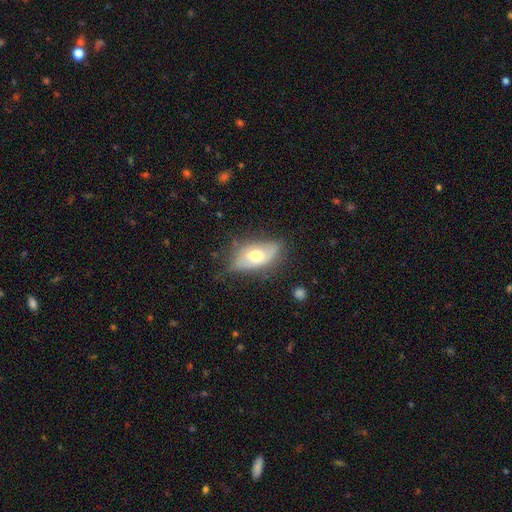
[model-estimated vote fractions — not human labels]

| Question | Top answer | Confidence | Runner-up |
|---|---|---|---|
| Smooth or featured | smooth | 50% | featured or disk (43%) |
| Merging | none | 61% | minor disturbance (29%) |